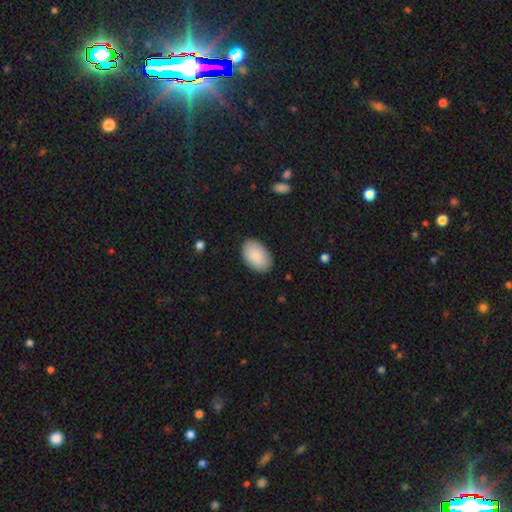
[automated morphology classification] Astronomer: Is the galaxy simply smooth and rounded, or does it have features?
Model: smooth — 88%.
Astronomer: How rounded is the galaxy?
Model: in between — 93%.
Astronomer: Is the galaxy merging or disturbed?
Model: none — 87%.